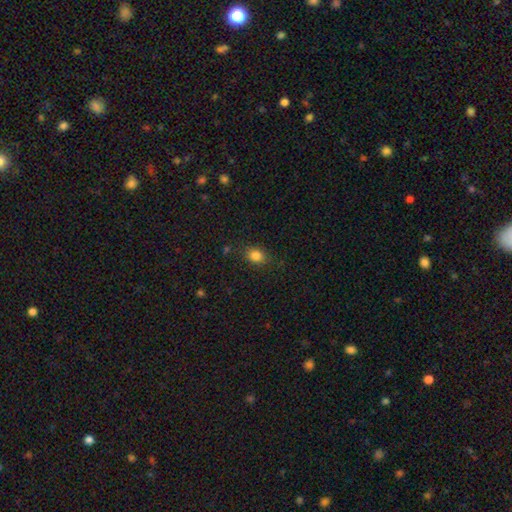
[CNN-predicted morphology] smooth_or_featured: smooth (p=0.83) [alt: star or artifact p=0.11]
how_rounded: in between (p=0.57) [alt: round p=0.42]
merging: none (p=0.83) [alt: minor disturbance p=0.12]